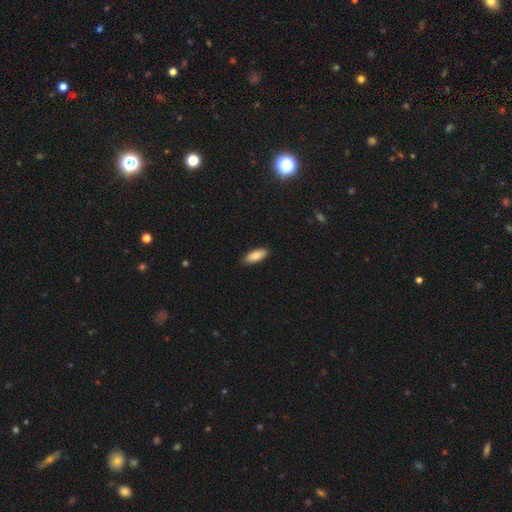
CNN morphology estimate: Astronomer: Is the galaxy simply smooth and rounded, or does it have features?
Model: smooth — 88%.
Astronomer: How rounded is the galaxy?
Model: in between — 82%.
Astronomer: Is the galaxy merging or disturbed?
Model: none — 86%.